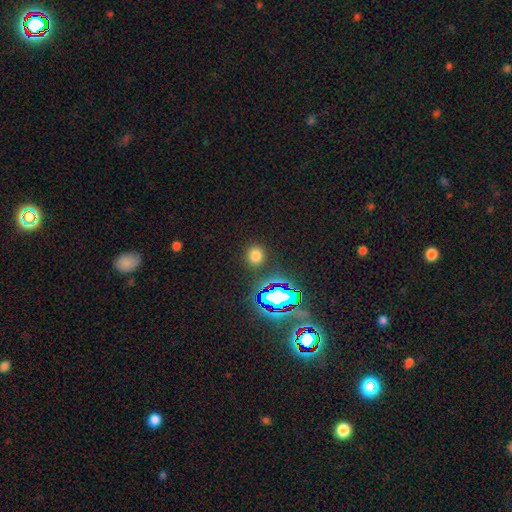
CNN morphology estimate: Smooth or featured? smooth (70%)
How rounded? round (82%)
Merging? none (87%)